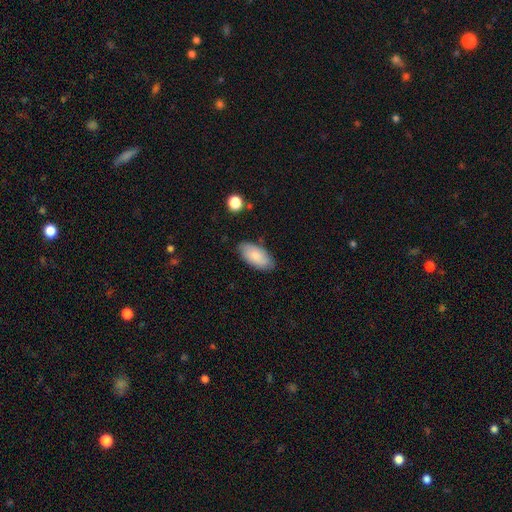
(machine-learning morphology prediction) Smooth or featured? Predicted: smooth (p=0.84). How rounded? Predicted: in between (p=0.92). Merging? Predicted: none (p=0.81).